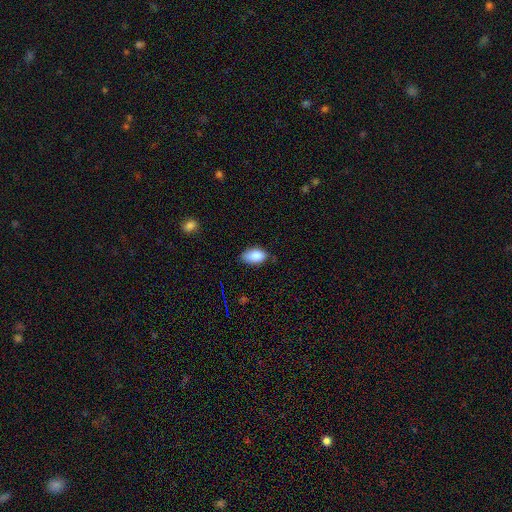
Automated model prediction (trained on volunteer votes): Smooth or featured?
  - smooth: 86% *
  - star or artifact: 8%
  - featured or disk: 6%
How rounded?
  - in between: 93% *
  - round: 5%
  - cigar-shaped: 2%
Merging?
  - none: 66% *
  - minor disturbance: 28%
  - major disturbance: 4%
  - merger: 2%